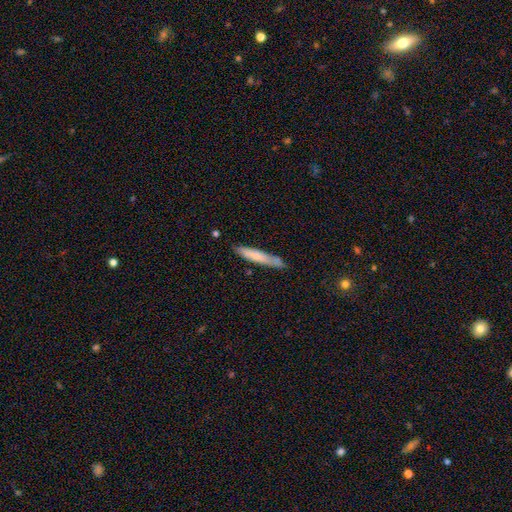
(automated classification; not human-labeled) Q: Smooth or featured?
A: smooth (71%); runner-up: featured or disk (23%)
Q: How rounded?
A: cigar-shaped (92%); runner-up: in between (7%)
Q: Merging?
A: none (75%); runner-up: minor disturbance (18%)